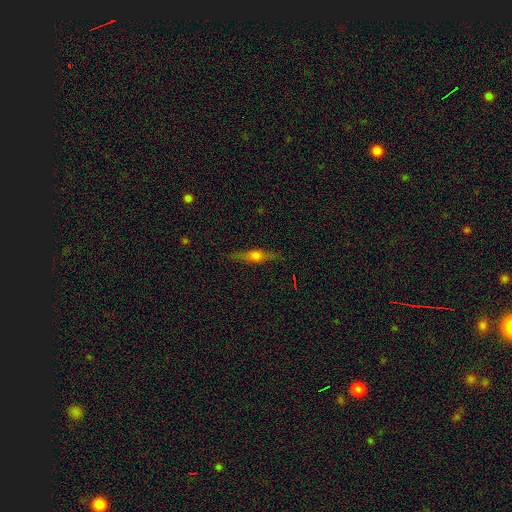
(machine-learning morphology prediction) This is likely a featured or disk galaxy (60%). It is clearly viewed edge-on (95%). Edge-on bulge: clearly rounded (90%). Merging: clearly none (87%).